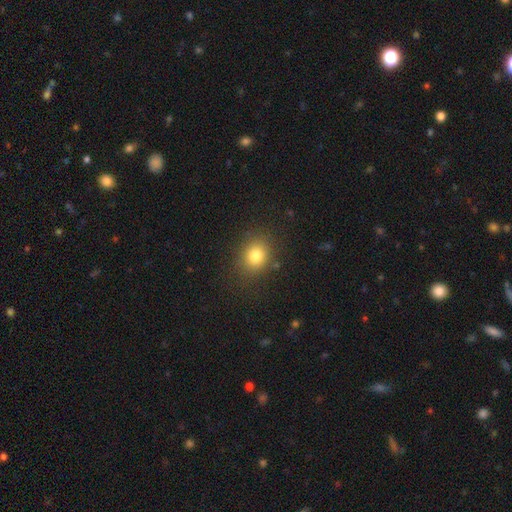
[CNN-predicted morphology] Overall: smooth (79%). How rounded: round (58%; in between 41%). Merging: none (83%).